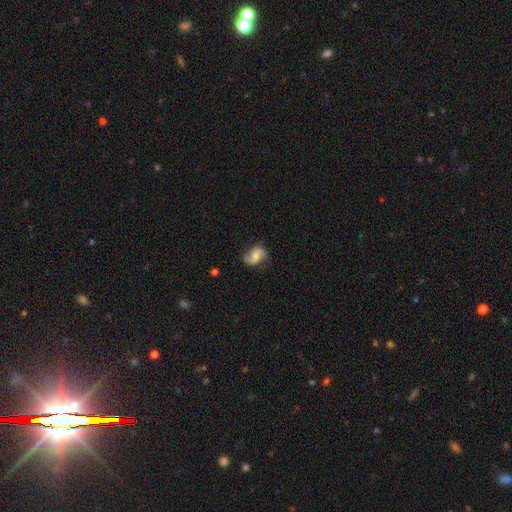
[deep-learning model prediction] Smooth or featured? Predicted: featured or disk (p=0.60). Edge-on disk? Predicted: no (p=0.97). Bar? Predicted: no (p=0.53). Spiral arms? Predicted: yes (p=0.91). Spiral winding? Predicted: loose (p=0.49). Spiral arm count? Predicted: 2 (p=0.88). Bulge size? Predicted: moderate (p=0.47). Merging? Predicted: none (p=0.69).